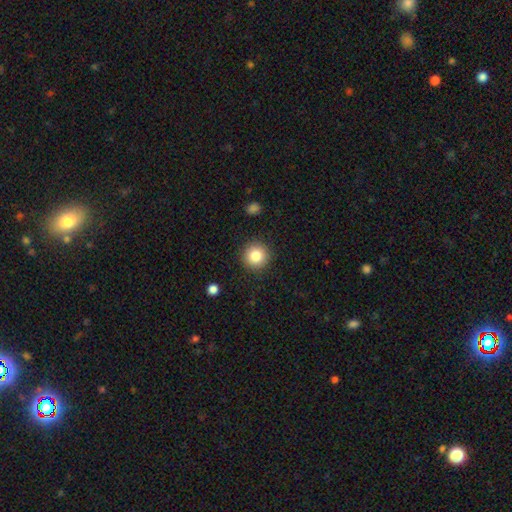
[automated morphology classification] Smooth or featured: smooth — 83% (star or artifact — 10%)
How rounded: round — 95% (in between — 4%)
Merging: none — 90% (minor disturbance — 6%)